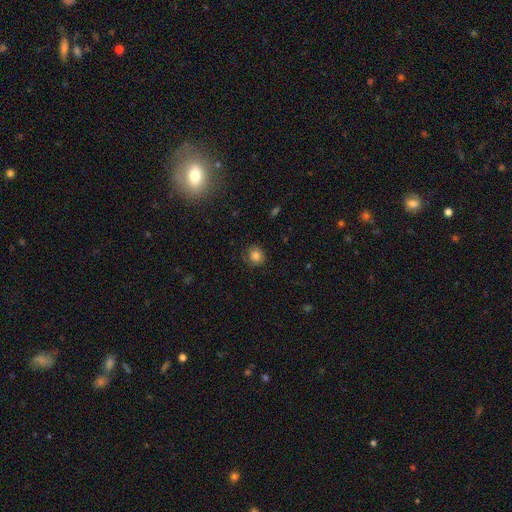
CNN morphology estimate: This appears to be a smooth galaxy with no disk features (82%) that is round (85%). Merging: none (83%).